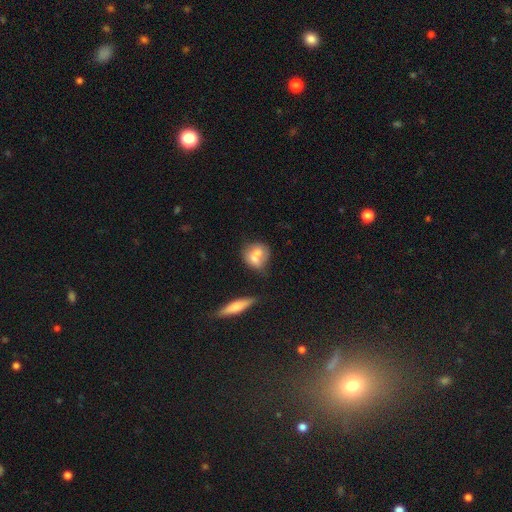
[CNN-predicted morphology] Q: Smooth or featured?
A: smooth (65%); runner-up: featured or disk (27%)
Q: How rounded?
A: round (61%); runner-up: in between (35%)
Q: Merging?
A: merger (43%); runner-up: none (37%)